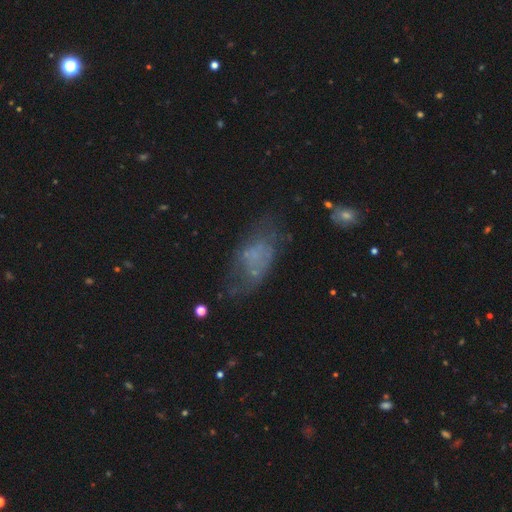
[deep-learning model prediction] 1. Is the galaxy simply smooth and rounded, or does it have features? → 43% featured or disk, 42% smooth, 15% star or artifact.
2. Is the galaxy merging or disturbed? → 43% none, 28% major disturbance, 25% minor disturbance, 5% merger.